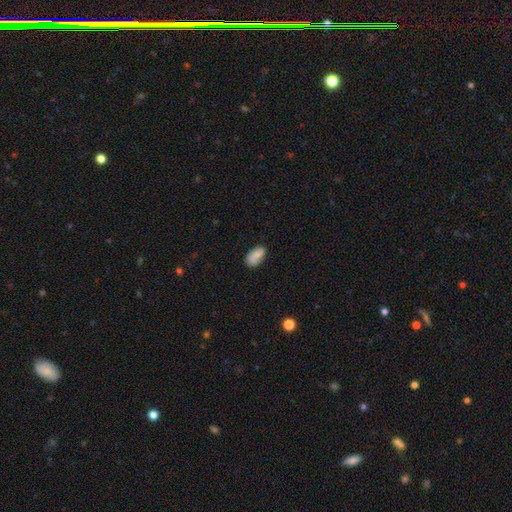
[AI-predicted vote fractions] This is likely a smooth galaxy (75%). How rounded: clearly in between (92%). Merging: likely none (61%).